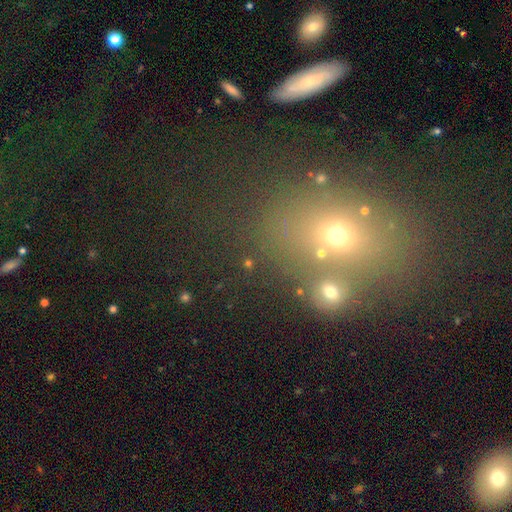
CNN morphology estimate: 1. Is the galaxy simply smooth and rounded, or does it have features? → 49% smooth, 34% star or artifact, 17% featured or disk.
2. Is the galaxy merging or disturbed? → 61% none, 21% merger, 11% minor disturbance, 6% major disturbance.